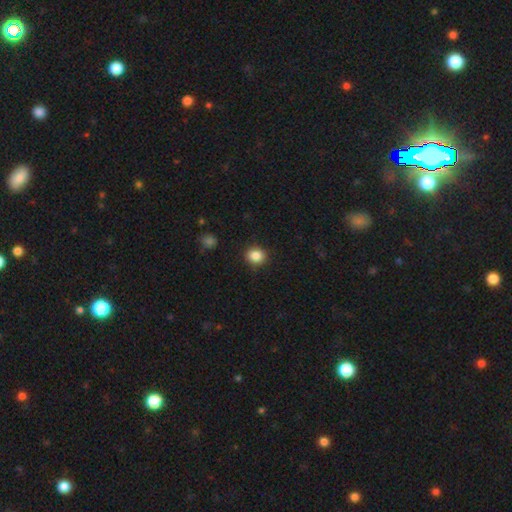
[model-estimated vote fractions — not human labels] Morphology: type=smooth (86%); roundness=round (78%); merging=none (89%).